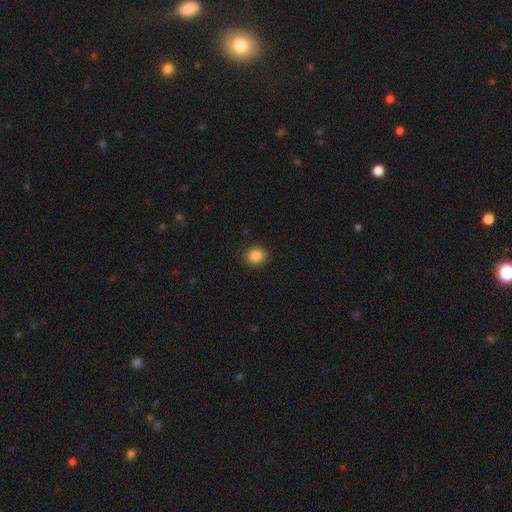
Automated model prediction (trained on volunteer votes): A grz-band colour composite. It shows a smooth galaxy with no disk features (86%) that is round (80%). Merging: none (91%).